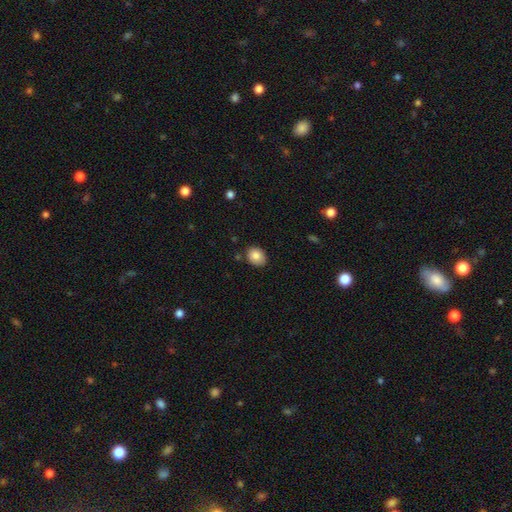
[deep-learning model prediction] Smooth or featured? Predicted: smooth (p=0.84). How rounded? Predicted: in between (p=0.52). Merging? Predicted: none (p=0.84).